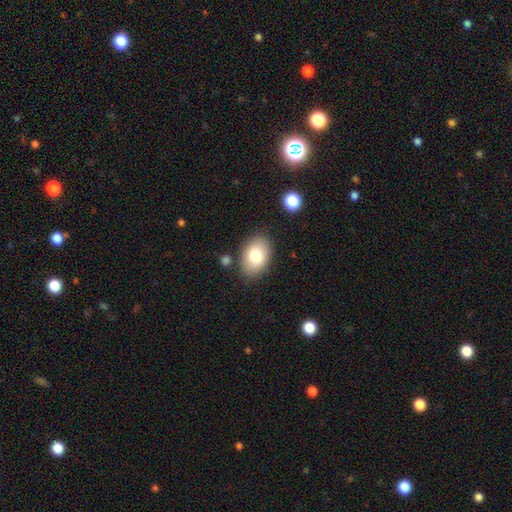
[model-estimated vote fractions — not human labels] smooth-or-featured: smooth: 80% | featured or disk: 12% | star or artifact: 8%
  how-rounded: in between: 85% | round: 14% | cigar-shaped: 1%
  merging: none: 83% | minor disturbance: 11% | merger: 3% | major disturbance: 3%